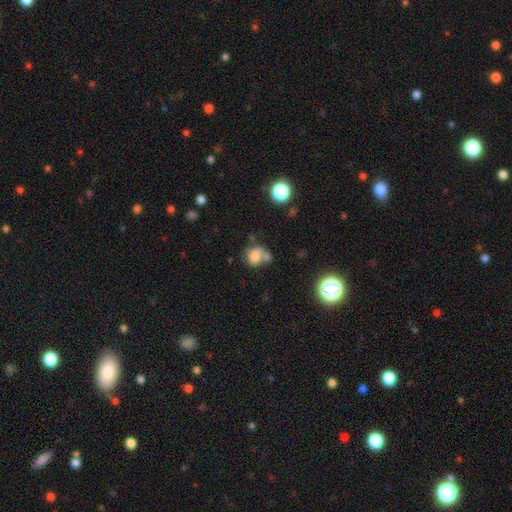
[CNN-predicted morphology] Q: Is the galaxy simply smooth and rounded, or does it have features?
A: smooth — 71%.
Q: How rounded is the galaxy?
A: round — 63%.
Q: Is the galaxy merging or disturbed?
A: merger — 39%.